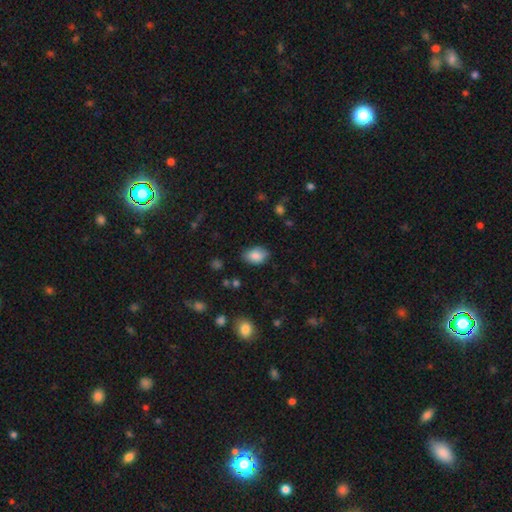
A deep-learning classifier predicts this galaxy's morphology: Overall: smooth (85%). How rounded: in between (84%). Merging: none (79%).